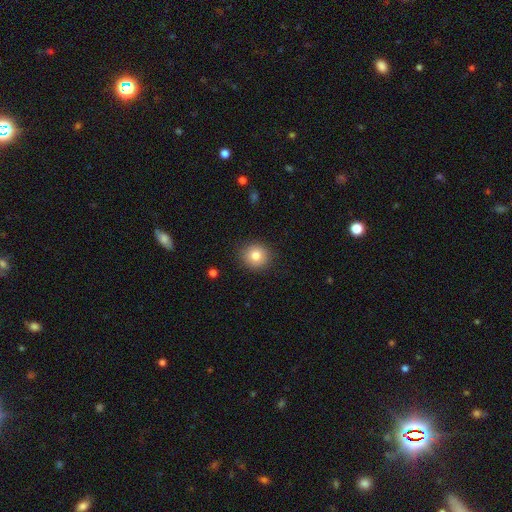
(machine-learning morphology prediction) Smooth or featured? Predicted: smooth (p=0.81). How rounded? Predicted: round (p=0.89). Merging? Predicted: none (p=0.89).